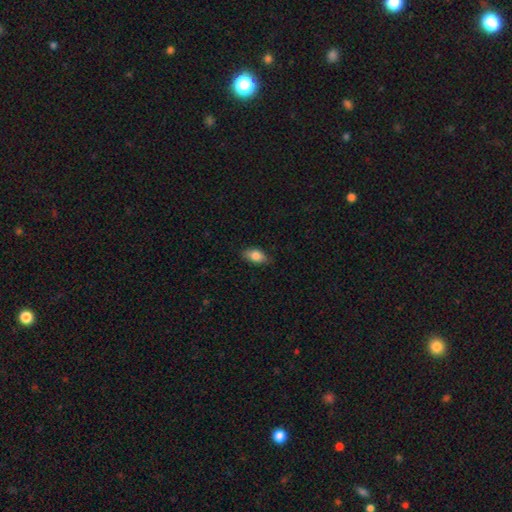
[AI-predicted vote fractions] Q: Smooth or featured?
A: smooth (80%); runner-up: featured or disk (12%)
Q: How rounded?
A: in between (88%); runner-up: round (6%)
Q: Merging?
A: none (81%); runner-up: minor disturbance (15%)